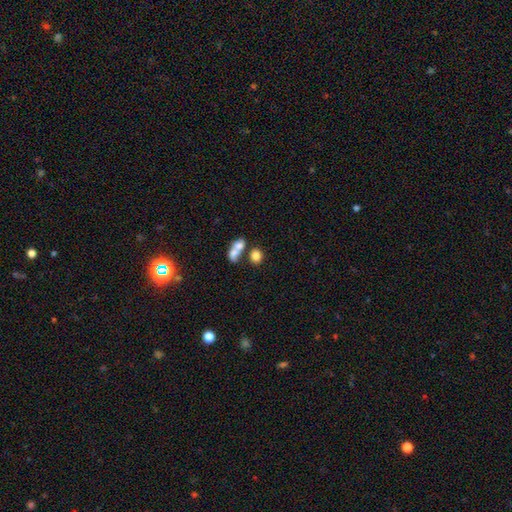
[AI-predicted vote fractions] This appears to be a smooth galaxy with no disk features (78%) that is round (51%). Merging: merger (49%).